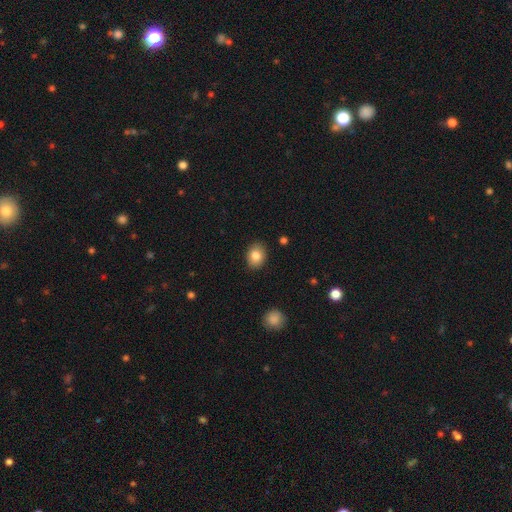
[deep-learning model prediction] The model was most divided on "how rounded": in between: 59%, round: 40%, cigar-shaped: 1%. More confident: merging — none (88%); smooth or featured — smooth (84%).